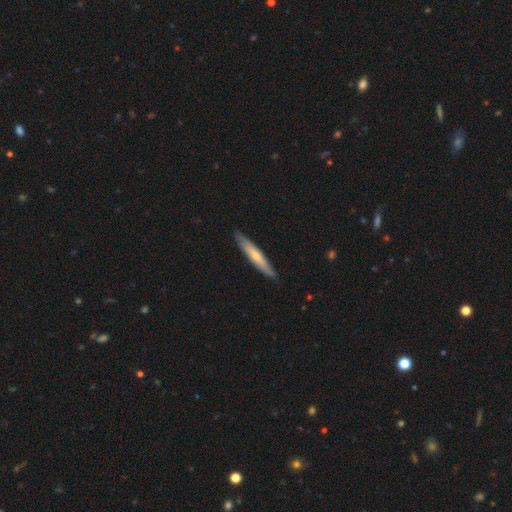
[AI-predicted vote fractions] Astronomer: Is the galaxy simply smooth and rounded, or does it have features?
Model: smooth — 54% (runner-up: featured or disk, 42%).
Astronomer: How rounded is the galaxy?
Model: cigar-shaped — 93%.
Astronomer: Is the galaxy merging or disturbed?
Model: none — 89%.